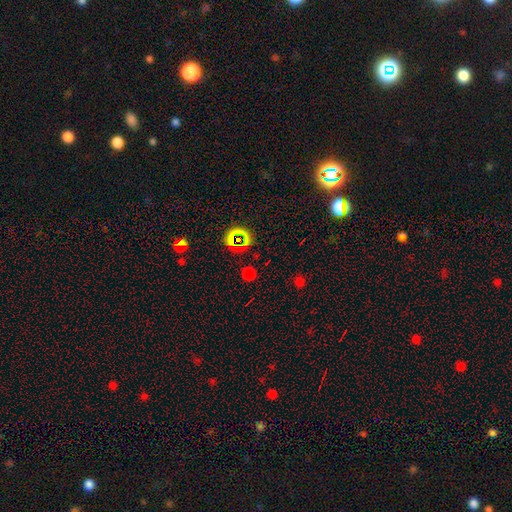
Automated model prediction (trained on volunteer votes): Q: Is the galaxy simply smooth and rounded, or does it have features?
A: smooth — 49%.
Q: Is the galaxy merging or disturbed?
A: none — 86%.